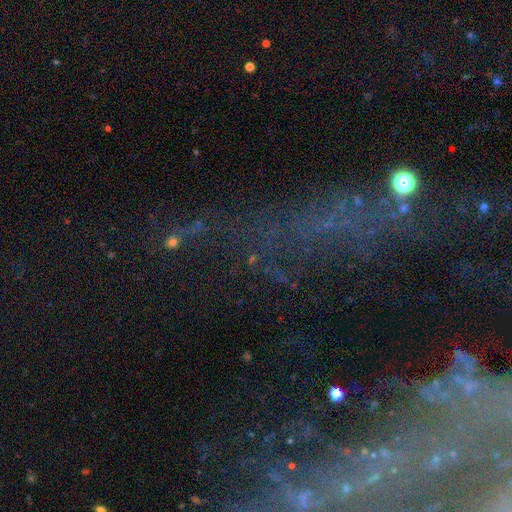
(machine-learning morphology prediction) A star or artifact, not a galaxy (55%).